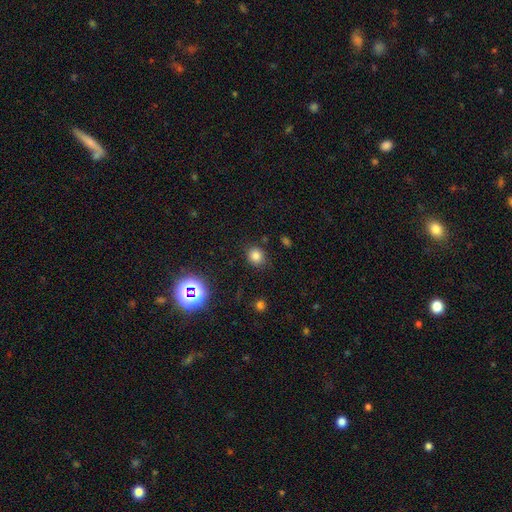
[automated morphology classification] Smooth or featured? smooth (77%)
How rounded? round (75%)
Merging? none (84%)